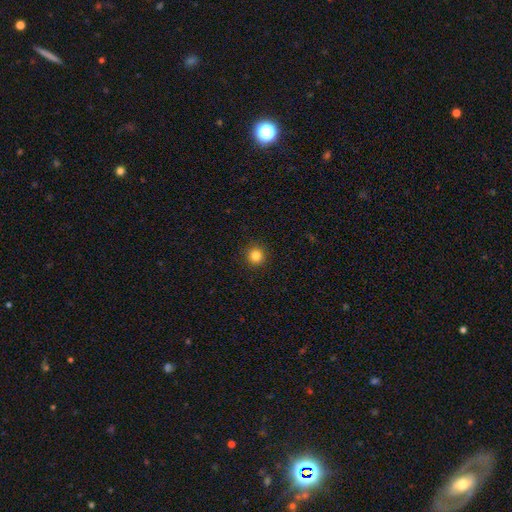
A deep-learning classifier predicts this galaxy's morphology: A smooth galaxy with no disk features (84%) that is round (94%). Merging: none (92%).